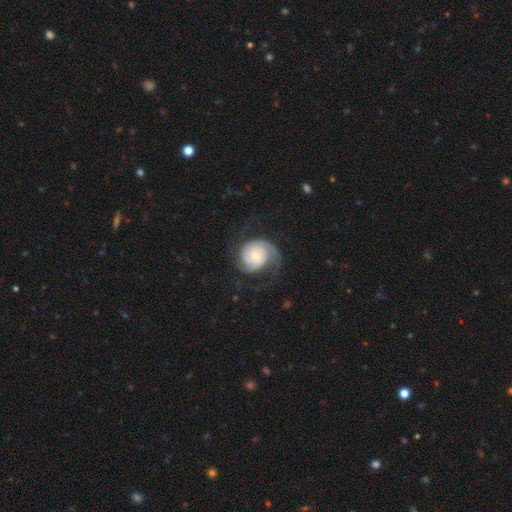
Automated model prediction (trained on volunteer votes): Smooth or featured? featured or disk (84%)
Edge-on disk? no (98%)
Bar? no (65%)
Spiral arms? yes (97%)
Spiral winding? tight (48%)
Spiral arm count? 2 (55%)
Bulge size? small (52%)
Merging? none (64%)